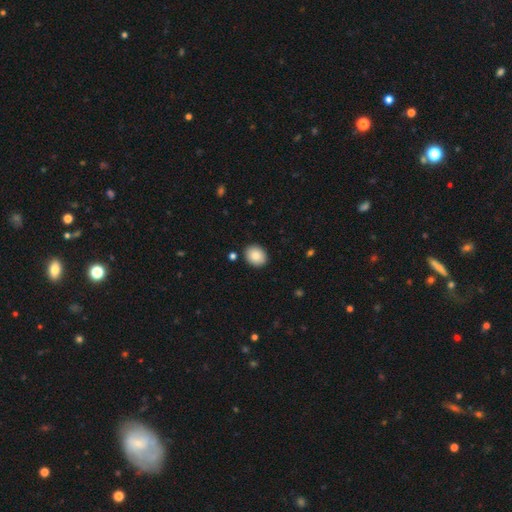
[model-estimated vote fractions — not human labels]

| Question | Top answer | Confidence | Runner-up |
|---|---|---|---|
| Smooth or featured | smooth | 86% | star or artifact (8%) |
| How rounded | in between | 51% | round (48%) |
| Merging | none | 89% | minor disturbance (7%) |